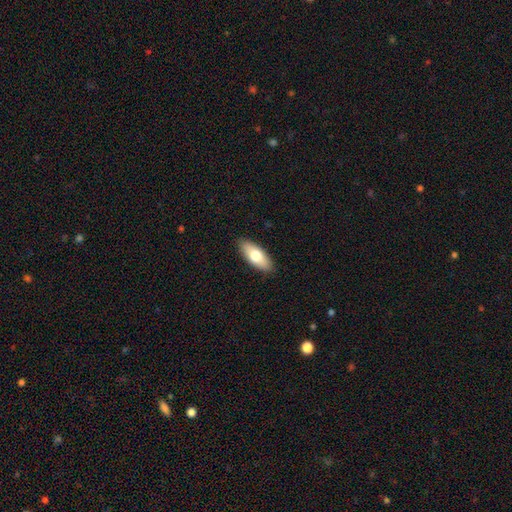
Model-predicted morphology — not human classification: smooth-or-featured: smooth: 73% | featured or disk: 21% | star or artifact: 6%
  how-rounded: in between: 81% | cigar-shaped: 17% | round: 2%
  merging: none: 89% | minor disturbance: 8% | major disturbance: 2% | merger: 1%